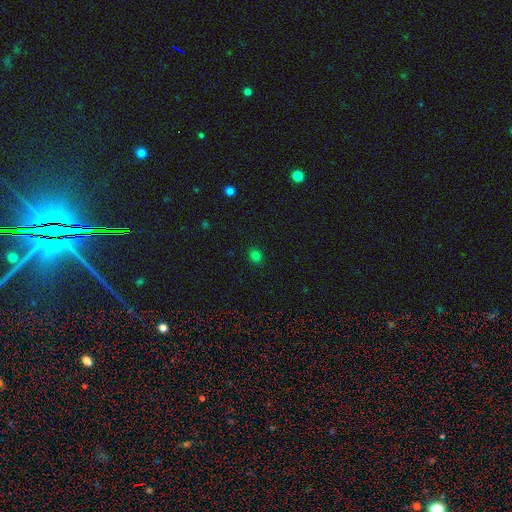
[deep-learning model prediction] Smooth or featured? smooth (77%)
How rounded? round (69%)
Merging? none (87%)